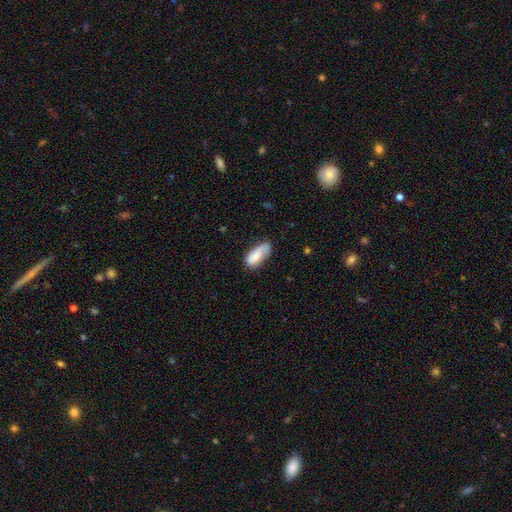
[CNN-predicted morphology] smooth_or_featured: smooth (p=0.74) [alt: featured or disk p=0.20]
how_rounded: in between (p=0.85) [alt: cigar-shaped p=0.13]
merging: none (p=0.54) [alt: minor disturbance p=0.31]